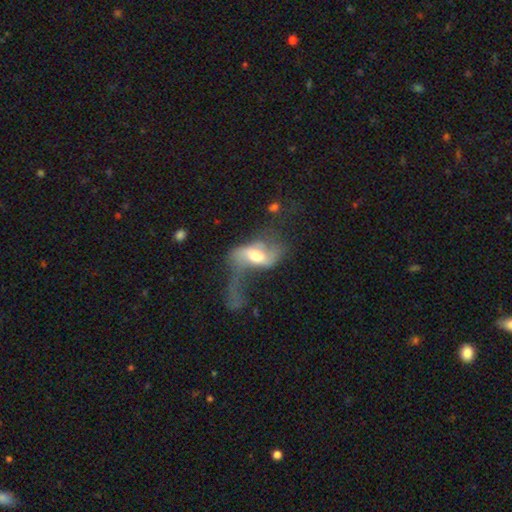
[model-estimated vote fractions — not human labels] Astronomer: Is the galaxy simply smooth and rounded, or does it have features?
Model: featured or disk — 62%.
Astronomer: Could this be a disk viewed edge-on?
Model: no — 92%.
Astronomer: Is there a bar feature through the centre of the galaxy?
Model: weak — 42% (runner-up: no, 38%).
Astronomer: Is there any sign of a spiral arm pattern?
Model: yes — 70%.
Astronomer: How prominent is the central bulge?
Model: moderate — 52% (runner-up: large, 30%).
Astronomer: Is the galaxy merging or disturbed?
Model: major disturbance — 57%.